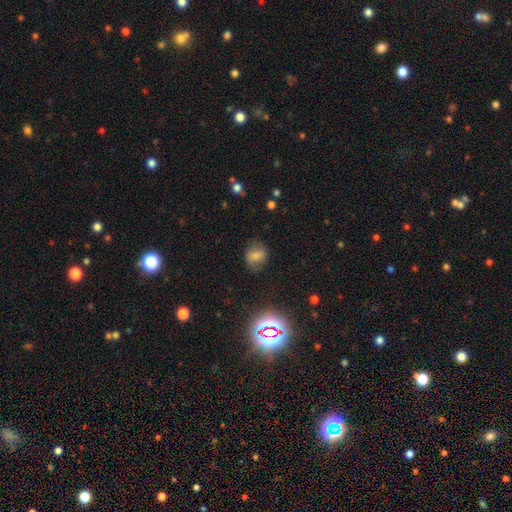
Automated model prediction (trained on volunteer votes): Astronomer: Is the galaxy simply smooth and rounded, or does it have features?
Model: smooth — 67%.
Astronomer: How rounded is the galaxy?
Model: round — 57% (runner-up: in between, 41%).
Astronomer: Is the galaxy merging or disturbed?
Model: none — 78%.